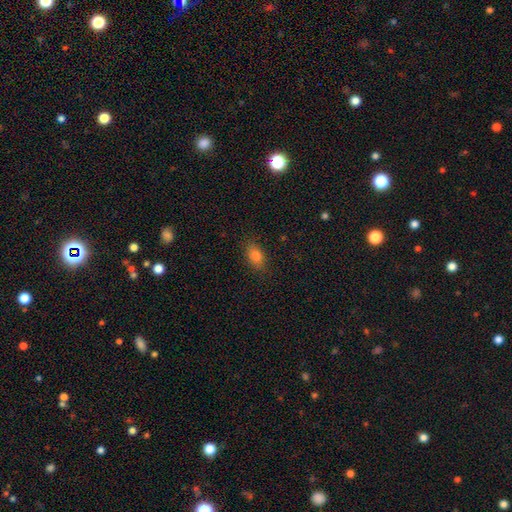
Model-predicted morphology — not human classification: smooth_or_featured: smooth (p=0.80) [alt: star or artifact p=0.12]
how_rounded: in between (p=0.86) [alt: round p=0.11]
merging: none (p=0.85) [alt: minor disturbance p=0.11]